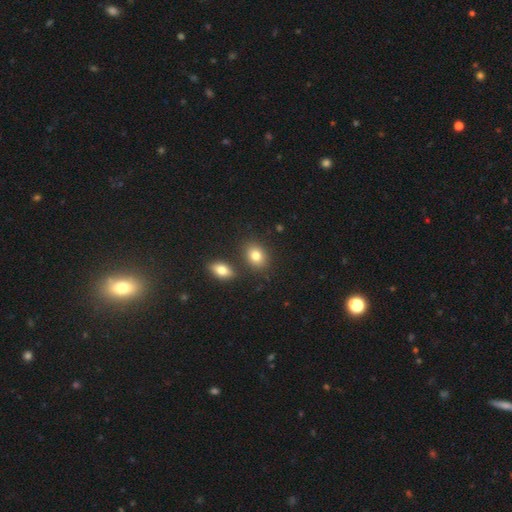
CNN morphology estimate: Smooth or featured? Predicted: smooth (p=0.81). How rounded? Predicted: in between (p=0.62). Merging? Predicted: none (p=0.77).